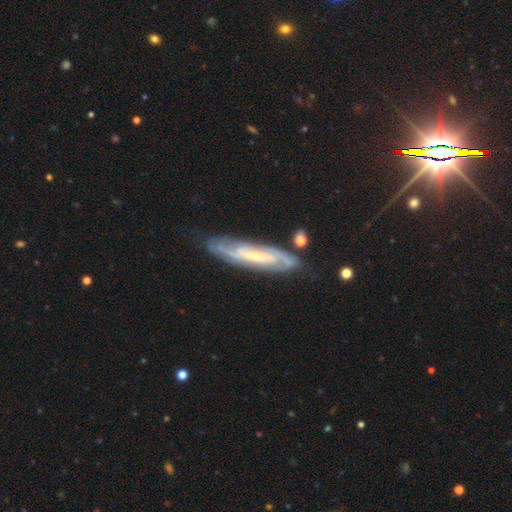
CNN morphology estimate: This appears to be a featured or disk galaxy (75%). Merging: none (74%).